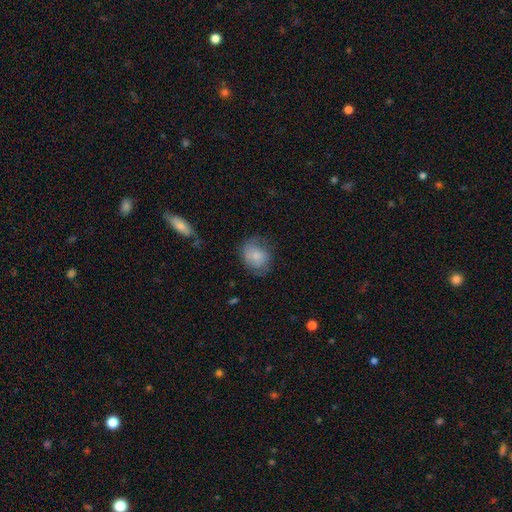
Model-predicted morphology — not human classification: smooth 72%, featured or disk 21%, star or artifact 7%. Down the decision tree: how rounded — round (56%); merging — none (61%).